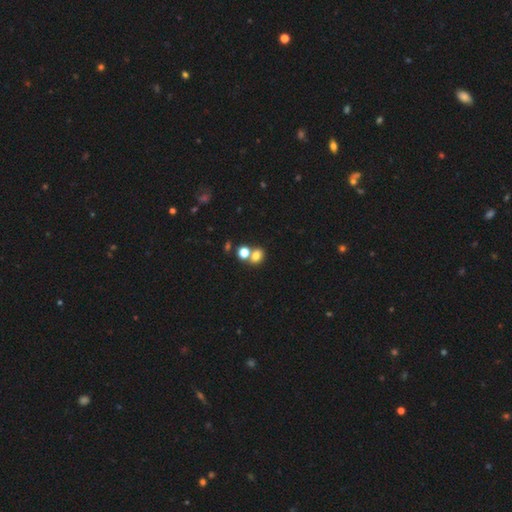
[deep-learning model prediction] The model was most divided on "how rounded": in between: 53%, round: 46%, cigar-shaped: 1%. Remaining: smooth or featured — smooth (75%); merging — none (48%).